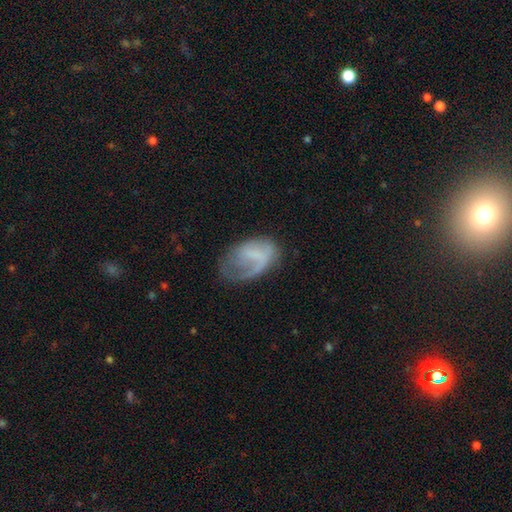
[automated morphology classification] featured or disk 49%, smooth 43%, star or artifact 8%. Down the decision tree: merging — none (35%, tied with major disturbance).